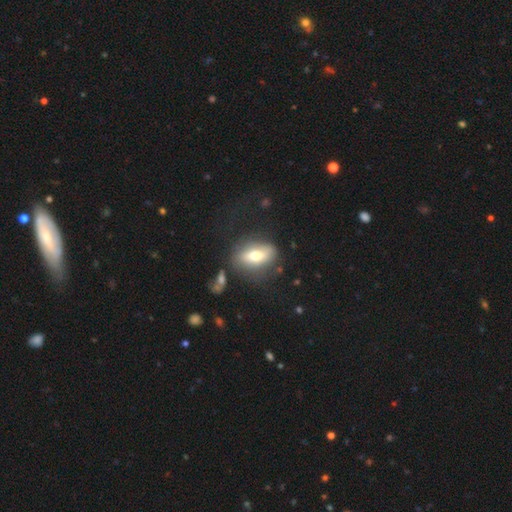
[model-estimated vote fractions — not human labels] Smooth or featured? smooth (61%)
How rounded? in between (79%)
Merging? none (70%)